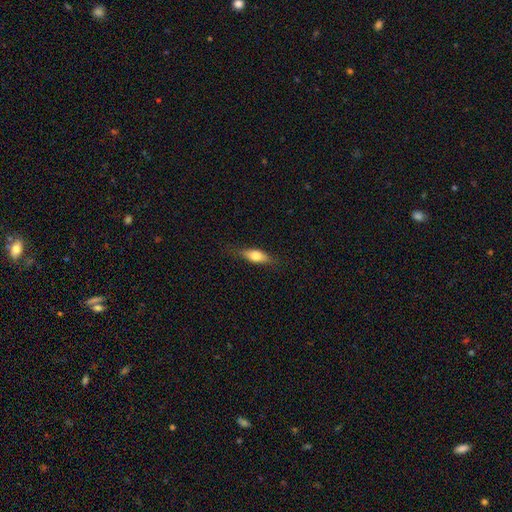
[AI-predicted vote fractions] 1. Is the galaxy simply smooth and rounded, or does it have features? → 64% smooth, 29% featured or disk, 7% star or artifact.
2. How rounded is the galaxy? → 64% in between, 32% cigar-shaped, 4% round.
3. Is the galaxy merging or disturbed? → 79% none, 16% minor disturbance, 4% major disturbance, 1% merger.